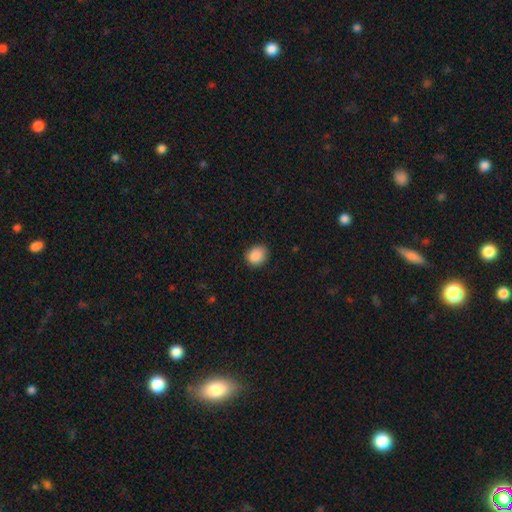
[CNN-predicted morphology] Q: Smooth or featured?
A: smooth (88%); runner-up: star or artifact (9%)
Q: How rounded?
A: round (60%); runner-up: in between (39%)
Q: Merging?
A: none (81%); runner-up: minor disturbance (16%)